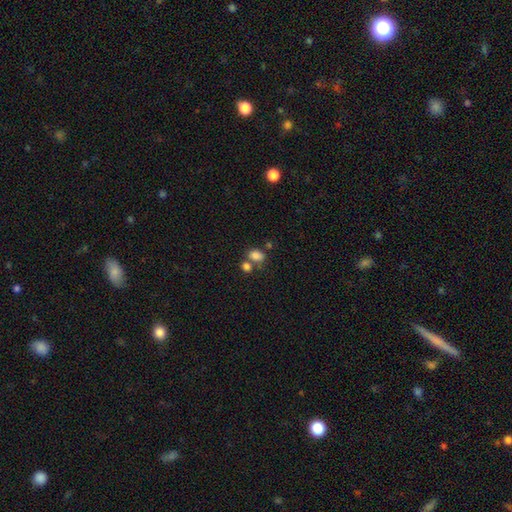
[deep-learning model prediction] smooth-or-featured: smooth: 82% | star or artifact: 12% | featured or disk: 6%
  how-rounded: in between: 75% | round: 24% | cigar-shaped: 1%
  merging: none: 46% | merger: 36% | minor disturbance: 12% | major disturbance: 6%